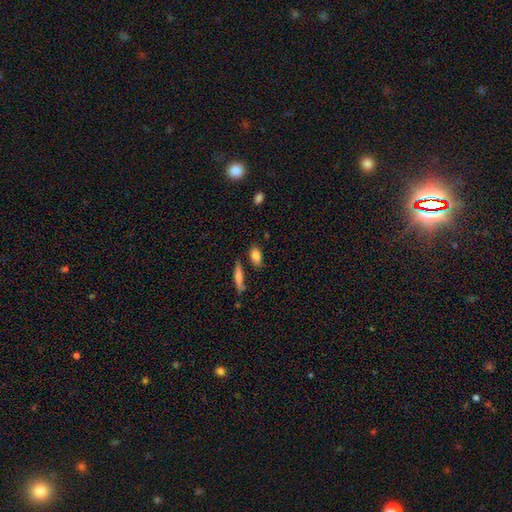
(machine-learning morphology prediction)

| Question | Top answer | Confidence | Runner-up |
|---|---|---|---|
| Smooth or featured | smooth | 83% | featured or disk (9%) |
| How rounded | in between | 82% | cigar-shaped (9%) |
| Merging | none | 75% | minor disturbance (15%) |